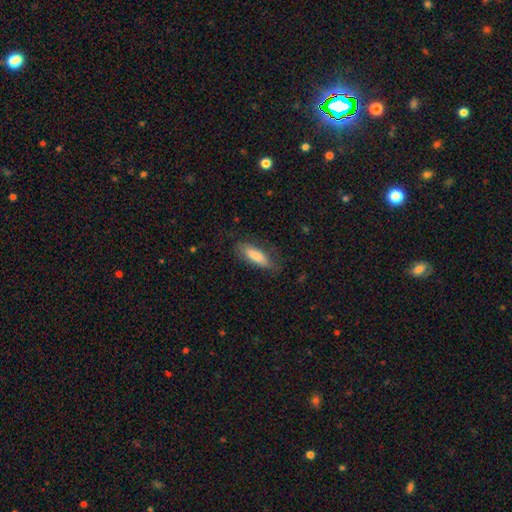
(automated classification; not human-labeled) A smooth galaxy with no disk features (80%) that is in between round and cigar-shaped (57%). Merging: none (75%).